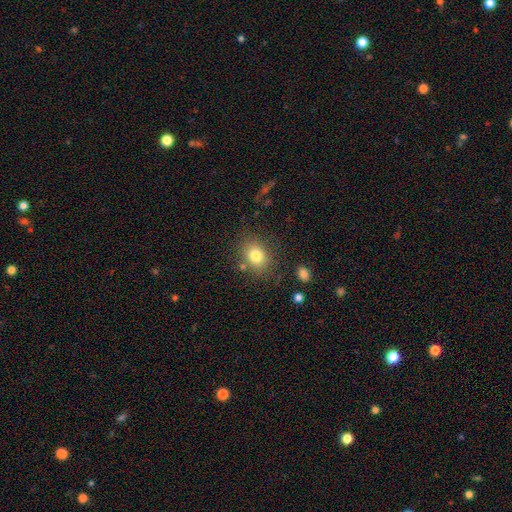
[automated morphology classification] smooth-or-featured: smooth: 79% | star or artifact: 11% | featured or disk: 9%
  how-rounded: round: 51% | in between: 48% | cigar-shaped: 1%
  merging: none: 80% | minor disturbance: 12% | merger: 4% | major disturbance: 4%